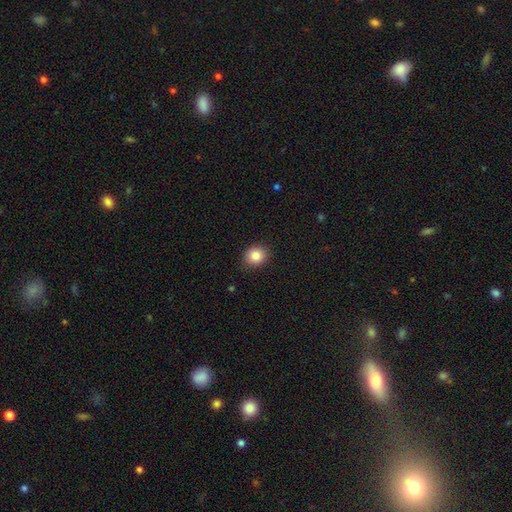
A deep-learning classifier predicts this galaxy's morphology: Q: Smooth or featured?
A: smooth (85%); runner-up: star or artifact (9%)
Q: How rounded?
A: round (70%); runner-up: in between (30%)
Q: Merging?
A: none (87%); runner-up: minor disturbance (10%)